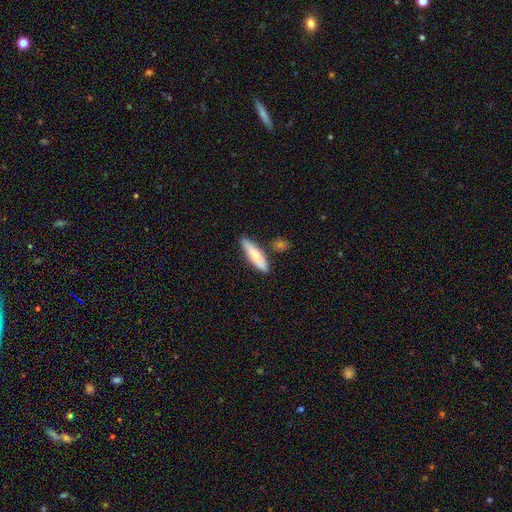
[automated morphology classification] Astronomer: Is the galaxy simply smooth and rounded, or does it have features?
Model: smooth — 72%.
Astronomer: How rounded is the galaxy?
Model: cigar-shaped — 68%.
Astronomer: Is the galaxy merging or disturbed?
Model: none — 81%.